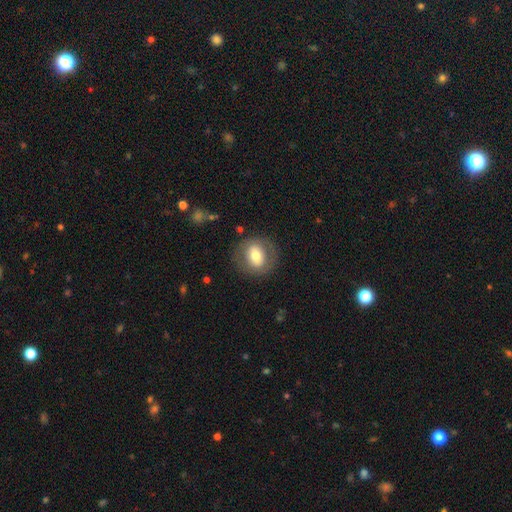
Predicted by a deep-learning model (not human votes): A smooth galaxy with no disk features (62%) that is round (69%).

Vote fractions:
- Smooth or featured? smooth: 62% / featured or disk: 30% / star or artifact: 8%
- How rounded? round: 69% / in between: 30% / cigar-shaped: 1%
- Merging? none: 82% / minor disturbance: 11% / major disturbance: 6% / merger: 1%